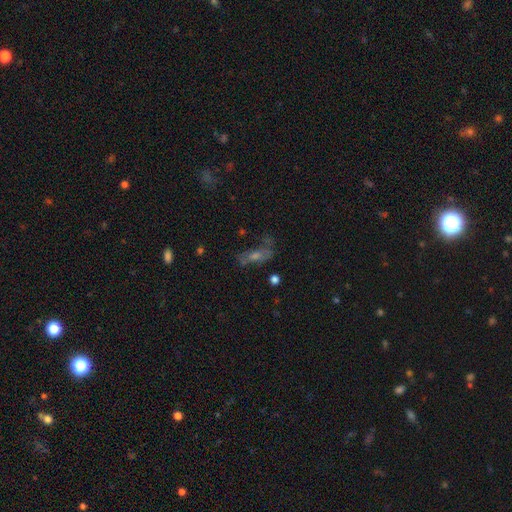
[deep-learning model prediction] featured or disk 44%, smooth 31%, star or artifact 26%. Down the decision tree: merging — none (47%).